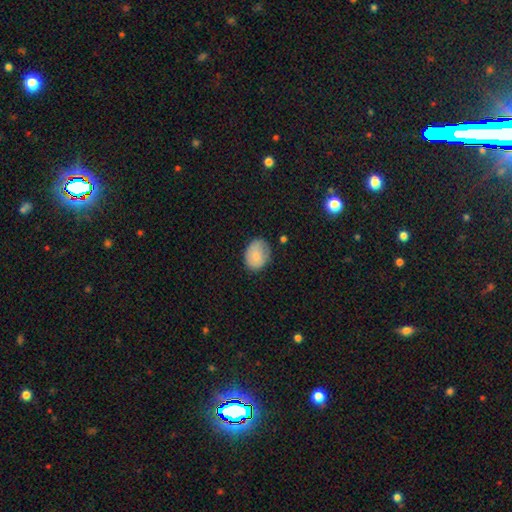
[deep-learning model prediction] smooth 81%, featured or disk 12%, star or artifact 7%. Down the decision tree: how rounded — in between (64%); merging — none (68%).